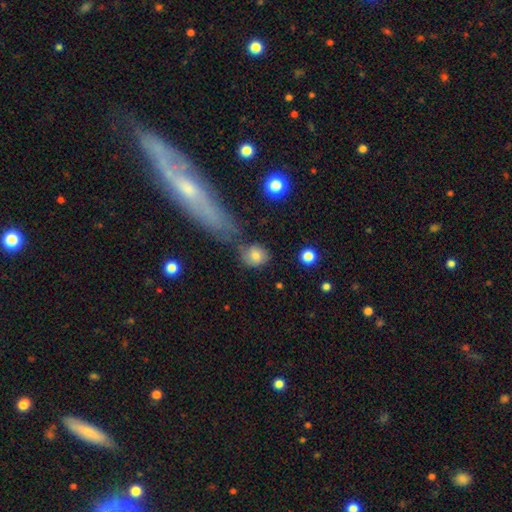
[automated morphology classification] A smooth galaxy with no disk features (75%) that is round (69%).

Vote fractions:
- Smooth or featured? smooth: 75% / featured or disk: 15% / star or artifact: 10%
- How rounded? round: 69% / in between: 29% / cigar-shaped: 2%
- Merging? none: 56% / minor disturbance: 20% / merger: 13% / major disturbance: 11%